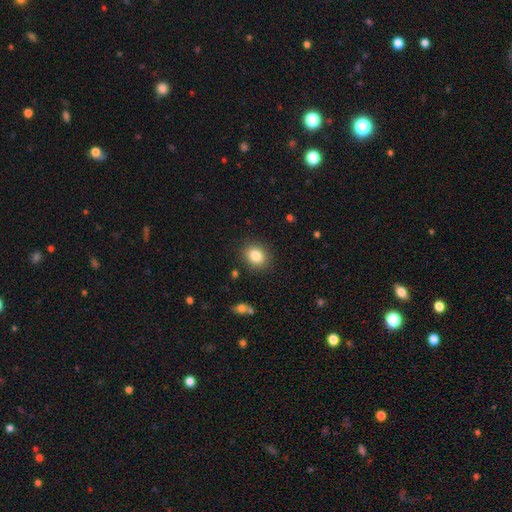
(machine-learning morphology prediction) Smooth or featured? smooth (84%)
How rounded? round (61%)
Merging? none (88%)